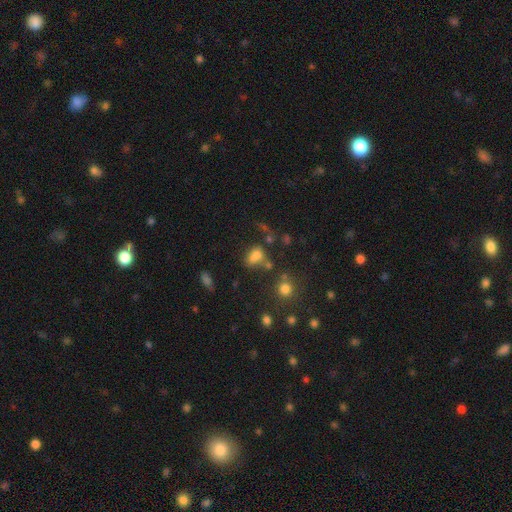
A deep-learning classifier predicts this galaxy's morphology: This appears to be a smooth galaxy with no disk features (70%) that is in between round and cigar-shaped (66%). Merging: none (40%).